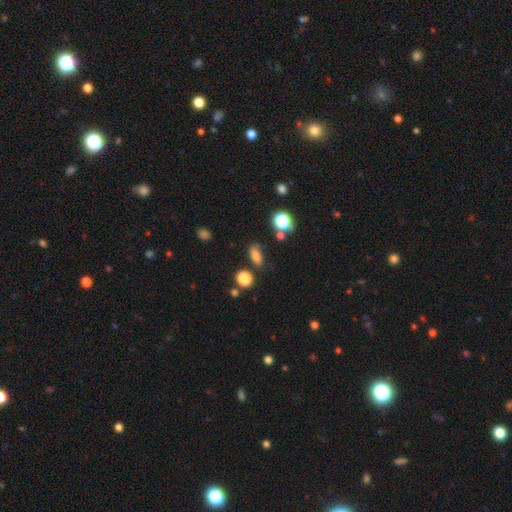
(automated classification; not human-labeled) Smooth or featured? Predicted: smooth (p=0.78). How rounded? Predicted: in between (p=0.70). Merging? Predicted: none (p=0.79).